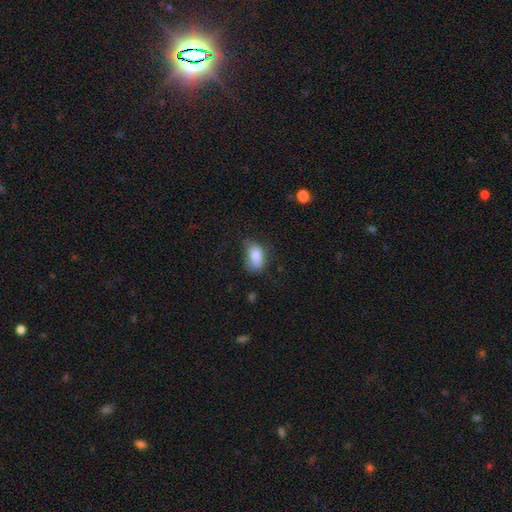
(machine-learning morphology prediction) Smooth or featured?
  - smooth: 81% *
  - featured or disk: 11%
  - star or artifact: 8%
How rounded?
  - in between: 86% *
  - round: 12%
  - cigar-shaped: 2%
Merging?
  - none: 48% *
  - minor disturbance: 35%
  - major disturbance: 14%
  - merger: 2%